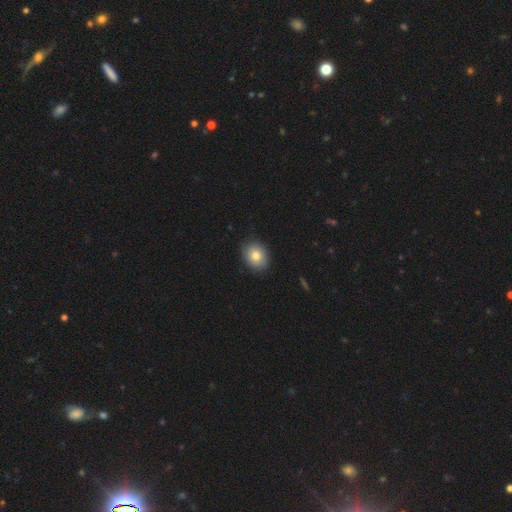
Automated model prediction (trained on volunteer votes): smooth 79%, featured or disk 12%, star or artifact 9%. Down the decision tree: how rounded — round (53%); merging — none (85%).